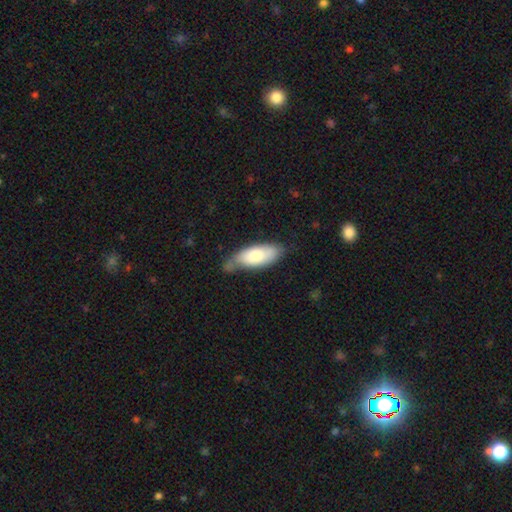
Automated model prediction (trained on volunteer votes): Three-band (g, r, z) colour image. It shows a smooth galaxy with no disk features (74%) that is in between round and cigar-shaped (83%). Merging: none (49%).